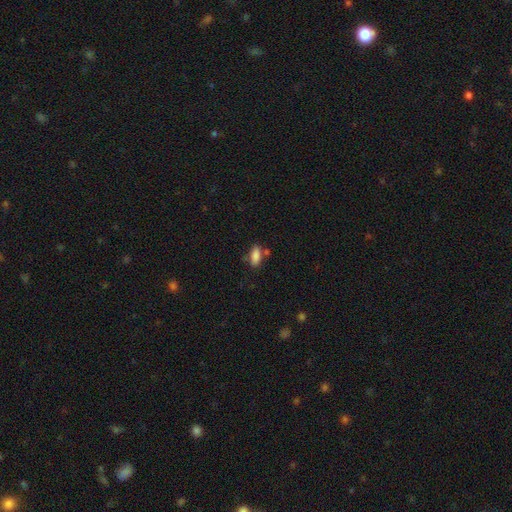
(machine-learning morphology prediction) A smooth galaxy with no disk features (84%) that is in between round and cigar-shaped (82%).

Vote fractions:
- Smooth or featured? smooth: 84% / star or artifact: 8% / featured or disk: 8%
- How rounded? in between: 82% / cigar-shaped: 15% / round: 3%
- Merging? none: 67% / minor disturbance: 17% / merger: 11% / major disturbance: 5%